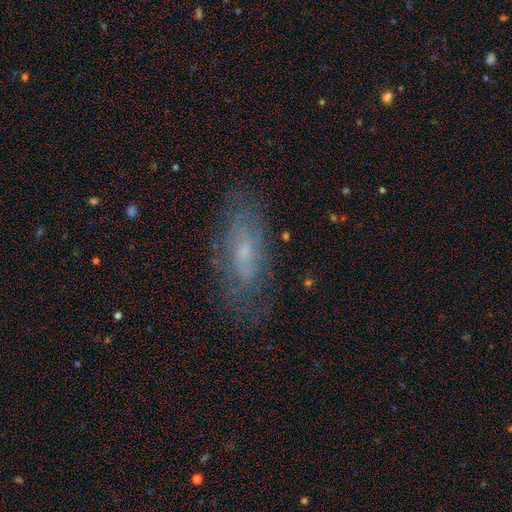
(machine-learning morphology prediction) type=featured or disk (53%); edge-on=no (79%); merging=none (76%).